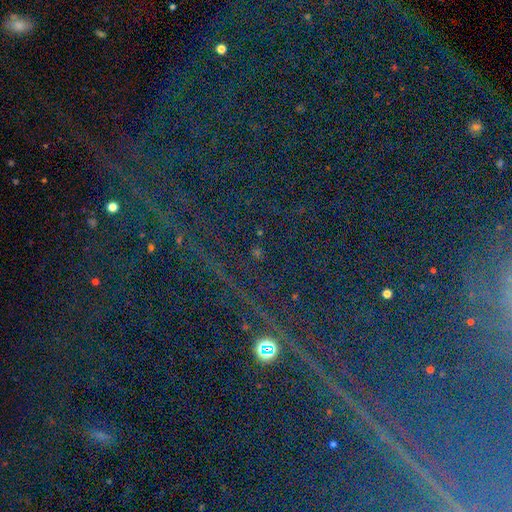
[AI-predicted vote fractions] Morphology: type=star or artifact (84%).